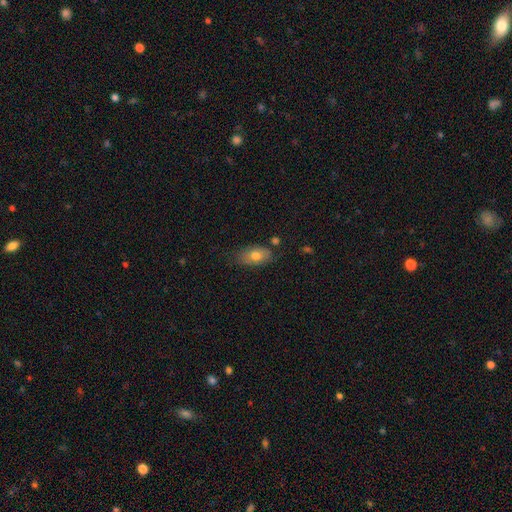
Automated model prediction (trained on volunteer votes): Overall: smooth (74%). How rounded: in between (89%). Merging: none (69%).